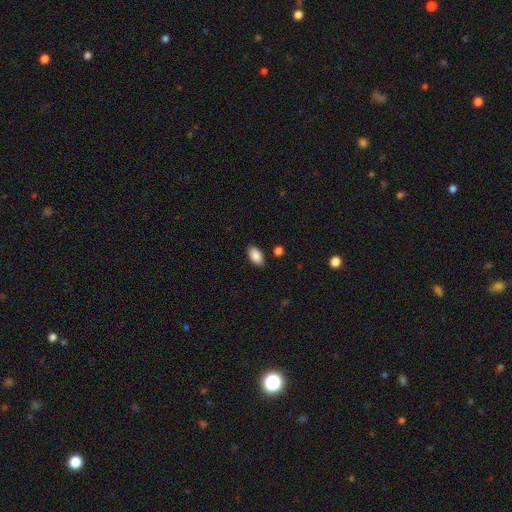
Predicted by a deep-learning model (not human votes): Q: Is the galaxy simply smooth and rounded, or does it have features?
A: smooth — 88%.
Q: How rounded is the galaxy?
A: in between — 94%.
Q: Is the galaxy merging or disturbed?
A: none — 86%.